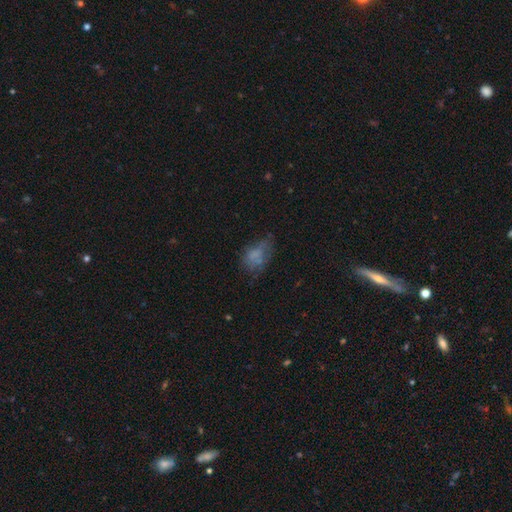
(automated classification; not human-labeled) smooth_or_featured: smooth (p=0.58) [alt: featured or disk p=0.28]
how_rounded: in between (p=0.80) [alt: round p=0.18]
merging: none (p=0.39) [alt: minor disturbance p=0.28]